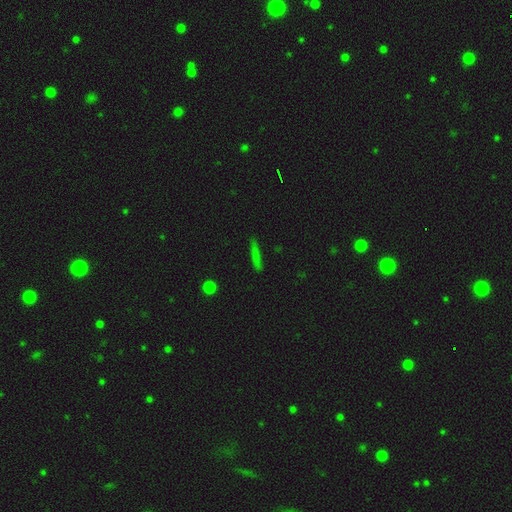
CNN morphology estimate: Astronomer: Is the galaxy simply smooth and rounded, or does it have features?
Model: smooth — 70%.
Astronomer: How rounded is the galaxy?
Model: cigar-shaped — 90%.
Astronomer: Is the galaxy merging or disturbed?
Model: none — 83%.